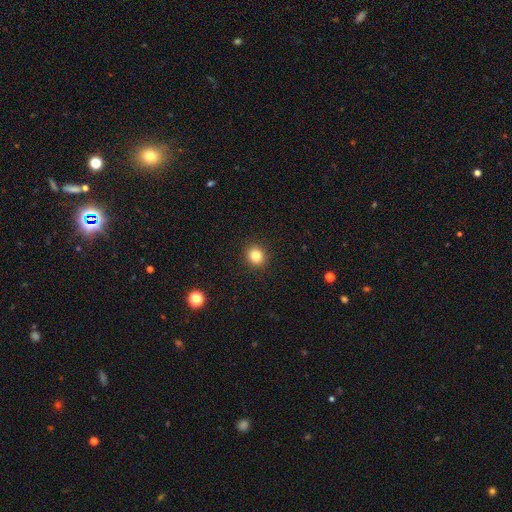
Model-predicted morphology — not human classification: The model was most divided on "how rounded": round: 78%, in between: 21%, cigar-shaped: 1%. More confident: merging — none (91%); smooth or featured — smooth (84%).